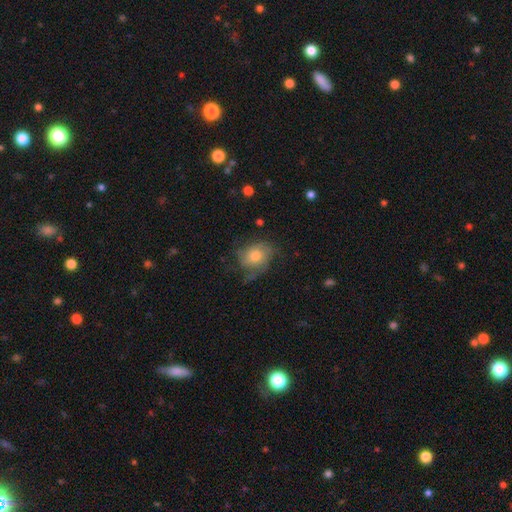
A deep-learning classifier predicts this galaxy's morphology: smooth_or_featured: smooth (p=0.54) [alt: featured or disk p=0.37]
how_rounded: round (p=0.50) [alt: in between p=0.49]
merging: none (p=0.48) [alt: minor disturbance p=0.29]